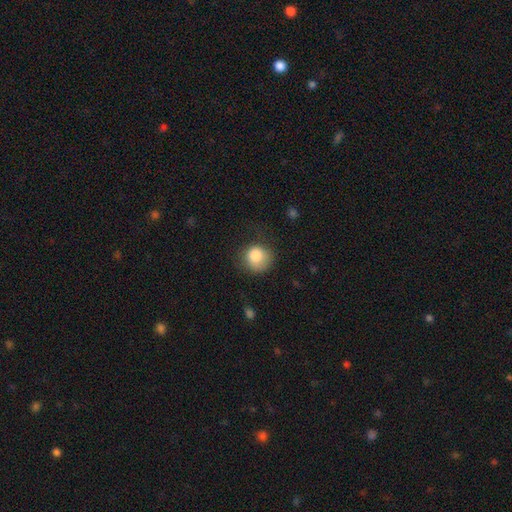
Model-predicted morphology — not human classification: smooth_or_featured: smooth (p=0.82) [alt: star or artifact p=0.09]
how_rounded: round (p=0.86) [alt: in between p=0.13]
merging: none (p=0.59) [alt: minor disturbance p=0.25]